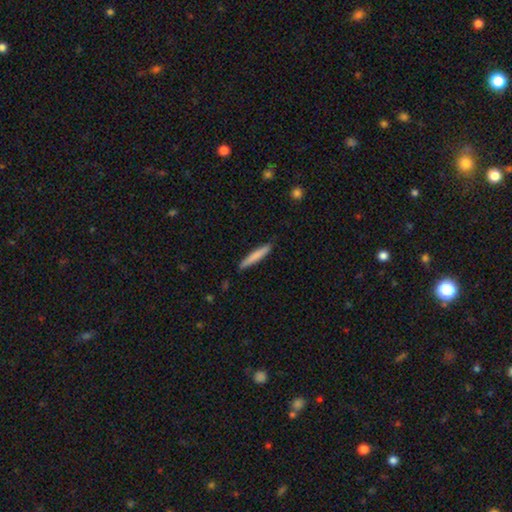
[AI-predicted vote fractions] This is likely a smooth galaxy (77%). How rounded: clearly cigar-shaped (94%). Merging: clearly none (87%).